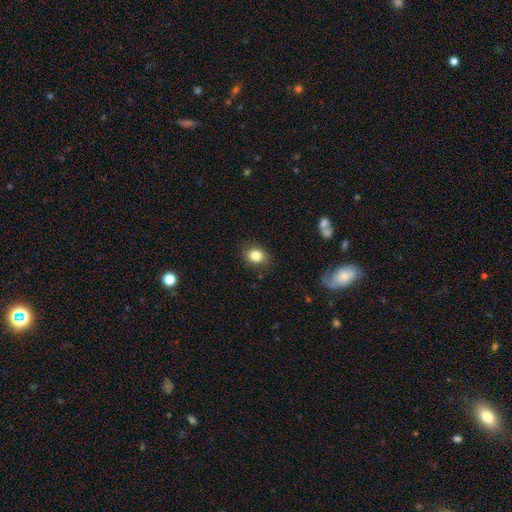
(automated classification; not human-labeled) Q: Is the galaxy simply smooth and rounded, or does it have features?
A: smooth — 83%.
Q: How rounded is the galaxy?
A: in between — 52%.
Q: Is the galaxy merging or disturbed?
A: none — 84%.